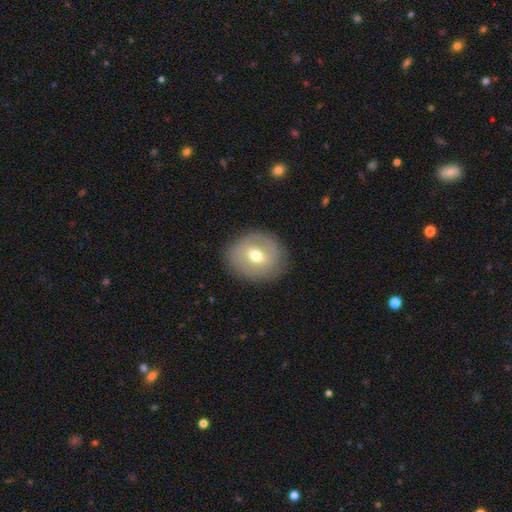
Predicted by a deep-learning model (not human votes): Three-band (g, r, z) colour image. It shows a featured or disk galaxy (52%). Merging: none (83%).